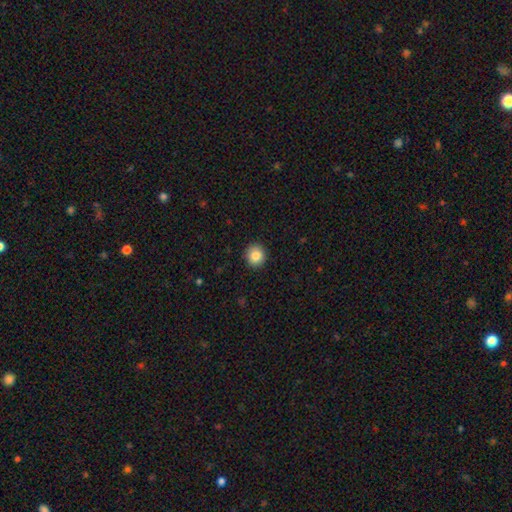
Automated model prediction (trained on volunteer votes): Overall: smooth (85%). How rounded: round (89%). Merging: none (92%).